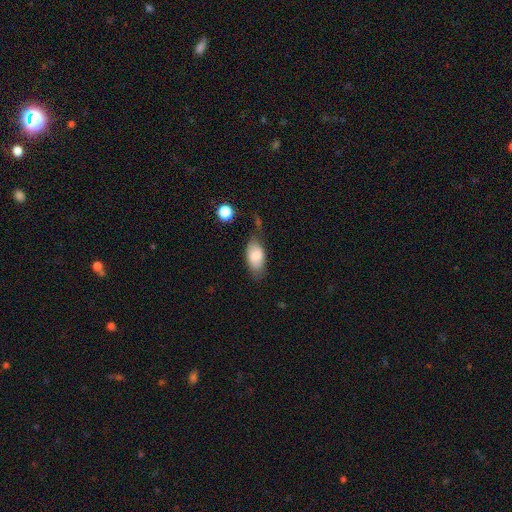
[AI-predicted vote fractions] Smooth or featured?
  - smooth: 79% *
  - featured or disk: 14%
  - star or artifact: 7%
How rounded?
  - in between: 91% *
  - cigar-shaped: 5%
  - round: 4%
Merging?
  - none: 57% *
  - minor disturbance: 26%
  - major disturbance: 11%
  - merger: 7%